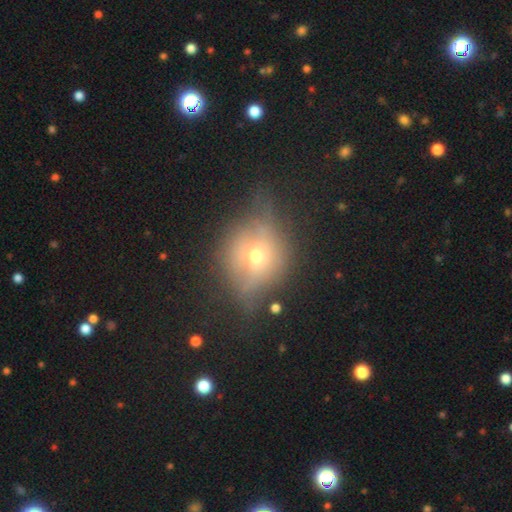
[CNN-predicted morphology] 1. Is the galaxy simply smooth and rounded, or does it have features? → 46% featured or disk, 38% smooth, 16% star or artifact.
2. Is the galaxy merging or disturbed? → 58% none, 26% minor disturbance, 13% major disturbance, 2% merger.